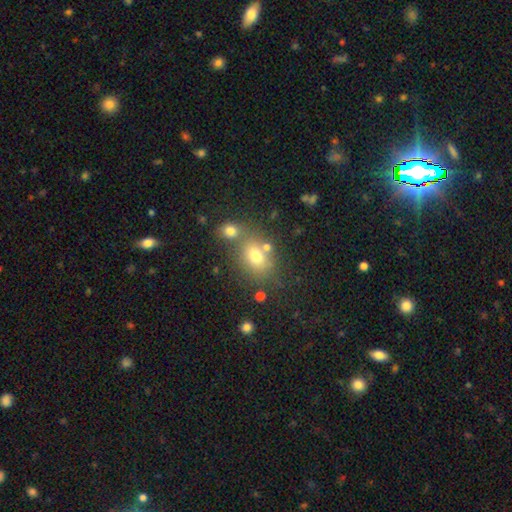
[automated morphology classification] Smooth or featured? smooth (71%)
How rounded? in between (60%)
Merging? none (56%)